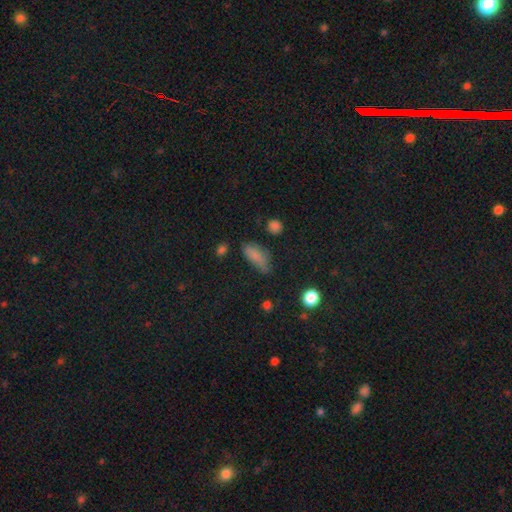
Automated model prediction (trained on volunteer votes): This appears to be a smooth galaxy with no disk features (79%) that is in between round and cigar-shaped (75%). Merging: none (48%).